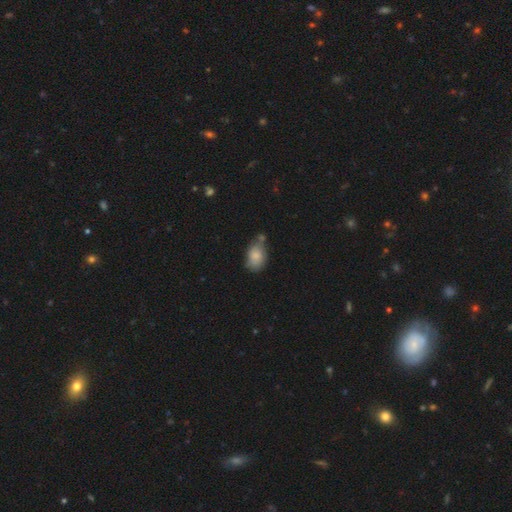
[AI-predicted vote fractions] smooth_or_featured: smooth (p=0.79) [alt: featured or disk p=0.14]
how_rounded: in between (p=0.82) [alt: round p=0.17]
merging: none (p=0.45) [alt: minor disturbance p=0.29]